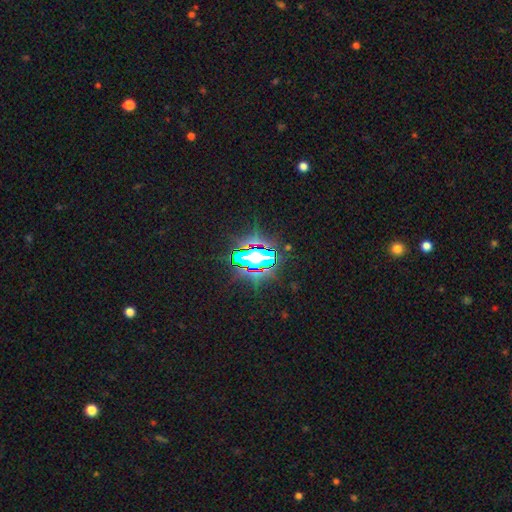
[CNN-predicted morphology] This is clearly a star or artifact rather than a galaxy (83%).